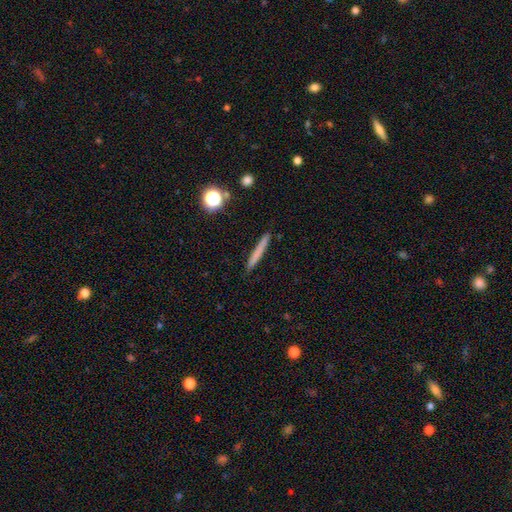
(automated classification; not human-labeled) Smooth or featured: smooth — 68% (featured or disk — 23%)
How rounded: cigar-shaped — 96% (in between — 2%)
Merging: none — 90% (minor disturbance — 7%)